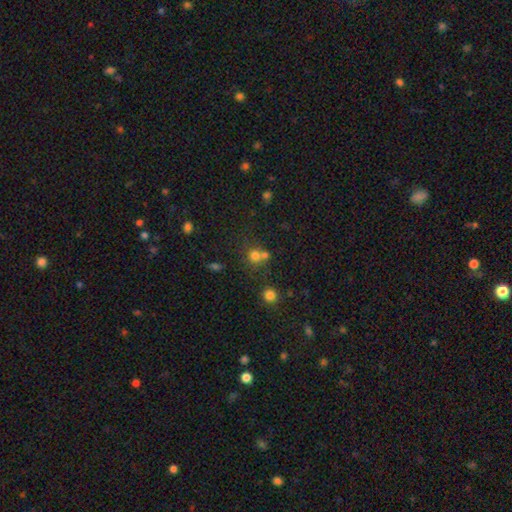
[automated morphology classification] This is likely a smooth galaxy (71%). How rounded: clearly round (83%). Merging: possibly none (48%).